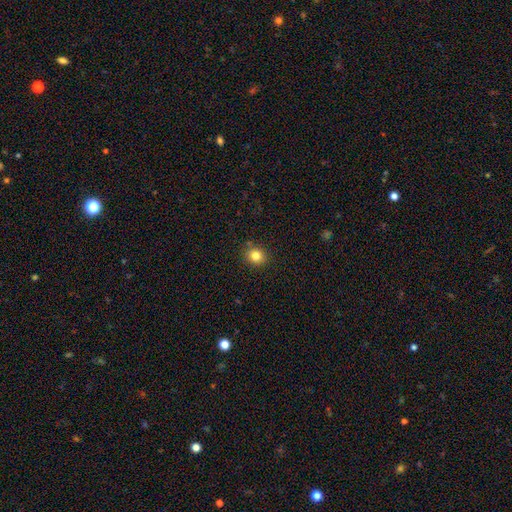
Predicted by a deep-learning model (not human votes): Q: Smooth or featured?
A: smooth (82%); runner-up: star or artifact (12%)
Q: How rounded?
A: round (77%); runner-up: in between (22%)
Q: Merging?
A: none (88%); runner-up: minor disturbance (8%)